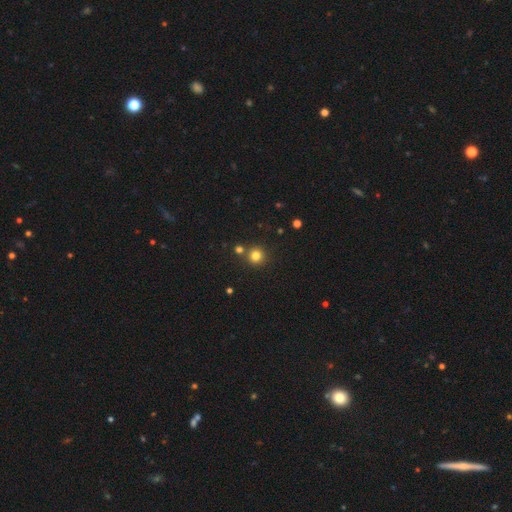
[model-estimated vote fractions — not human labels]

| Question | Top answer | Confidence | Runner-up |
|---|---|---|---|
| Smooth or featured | smooth | 80% | star or artifact (15%) |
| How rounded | round | 94% | in between (5%) |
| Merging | none | 80% | merger (11%) |